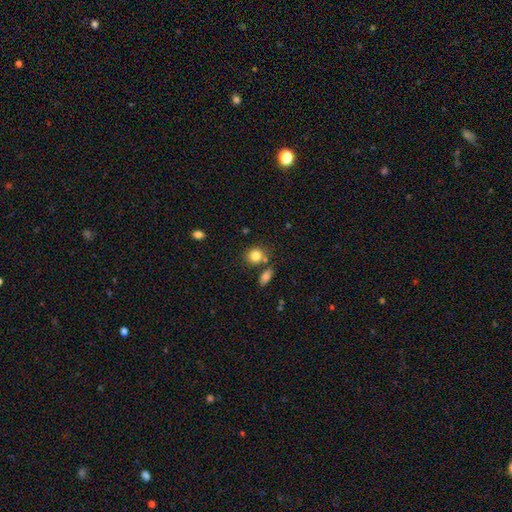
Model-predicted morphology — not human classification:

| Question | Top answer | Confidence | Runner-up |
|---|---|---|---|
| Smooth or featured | smooth | 83% | star or artifact (10%) |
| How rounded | round | 74% | in between (25%) |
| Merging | none | 66% | merger (18%) |